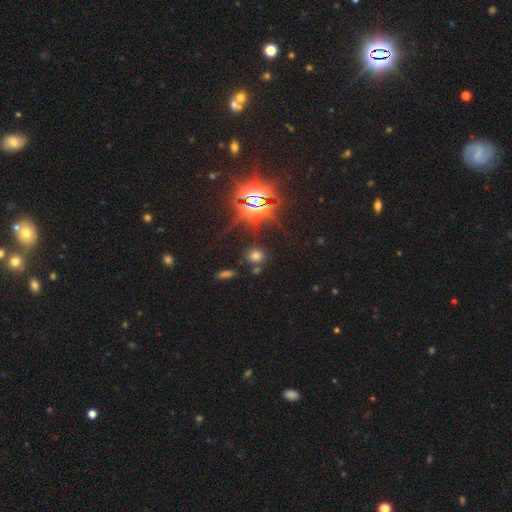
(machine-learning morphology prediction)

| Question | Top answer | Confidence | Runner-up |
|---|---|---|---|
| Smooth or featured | smooth | 57% | star or artifact (35%) |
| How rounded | round | 66% | in between (32%) |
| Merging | none | 79% | minor disturbance (9%) |